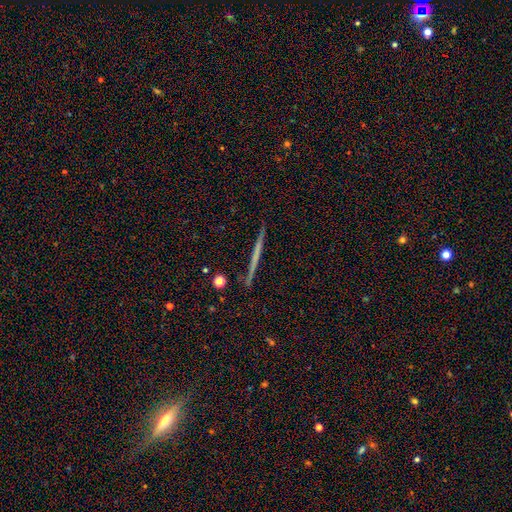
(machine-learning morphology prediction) Q: Smooth or featured?
A: featured or disk (52%); runner-up: smooth (39%)
Q: Edge-on disk?
A: yes (98%); runner-up: no (2%)
Q: Edge-on bulge?
A: none (89%); runner-up: rounded (7%)
Q: Merging?
A: none (92%); runner-up: minor disturbance (6%)